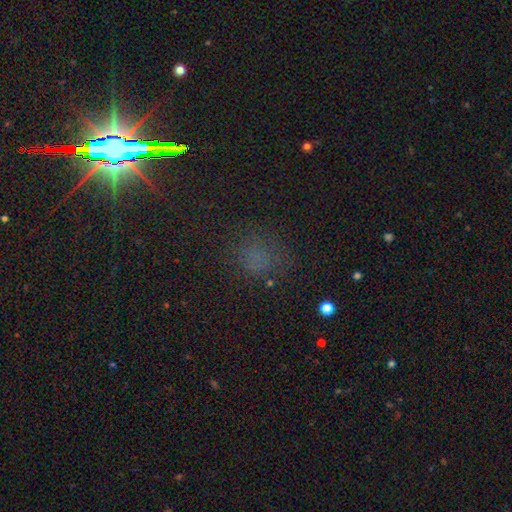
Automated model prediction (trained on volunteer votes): Smooth or featured?
  - smooth: 48% *
  - star or artifact: 42%
  - featured or disk: 9%
Merging?
  - none: 75% *
  - minor disturbance: 14%
  - major disturbance: 8%
  - merger: 2%